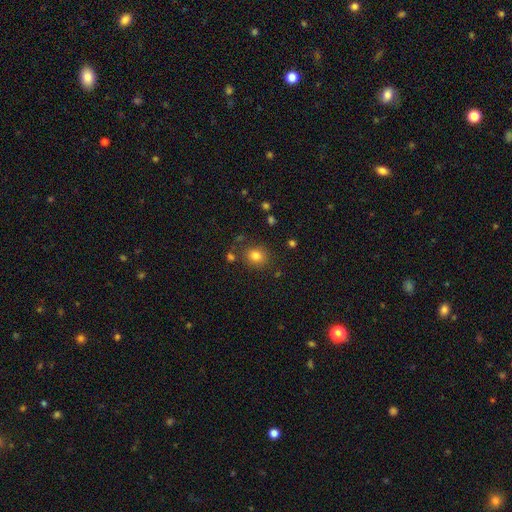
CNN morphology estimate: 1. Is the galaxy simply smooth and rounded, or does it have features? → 81% smooth, 13% star or artifact, 6% featured or disk.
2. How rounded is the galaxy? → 75% round, 24% in between, 1% cigar-shaped.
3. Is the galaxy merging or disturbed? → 80% none, 11% minor disturbance, 5% merger, 4% major disturbance.